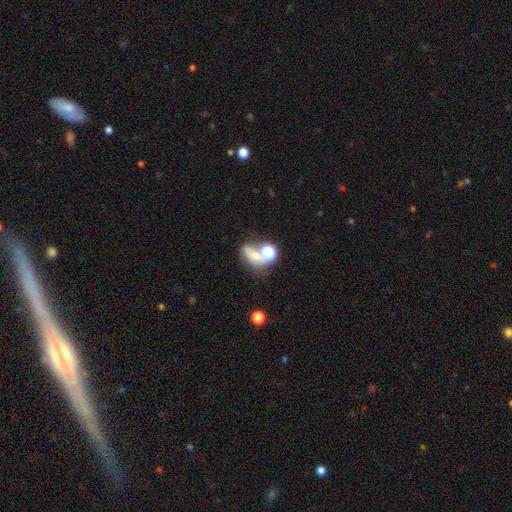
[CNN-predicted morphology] A smooth galaxy with no disk features (56%) that is in between round and cigar-shaped (61%). Merging: merger (41%).